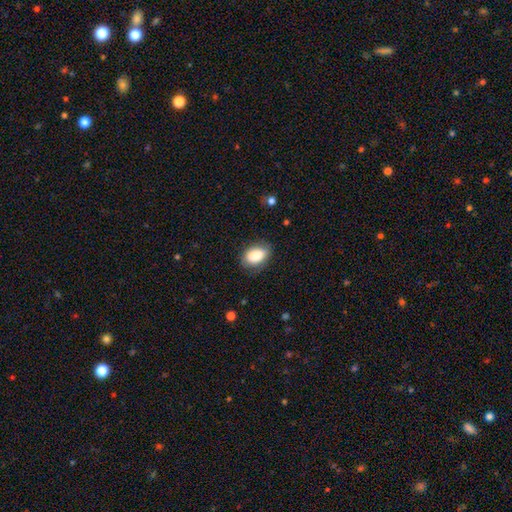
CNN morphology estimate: Q: Smooth or featured?
A: smooth (86%); runner-up: star or artifact (7%)
Q: How rounded?
A: in between (87%); runner-up: round (12%)
Q: Merging?
A: none (79%); runner-up: minor disturbance (16%)